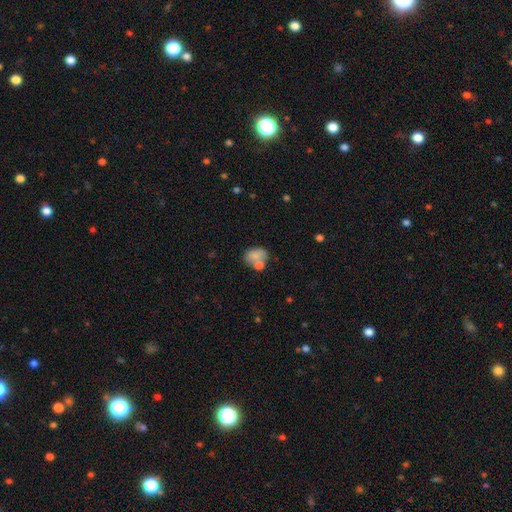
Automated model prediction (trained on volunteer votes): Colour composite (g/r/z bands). It shows a smooth galaxy with no disk features (74%) that is in between round and cigar-shaped (67%). Merging: none (41%).